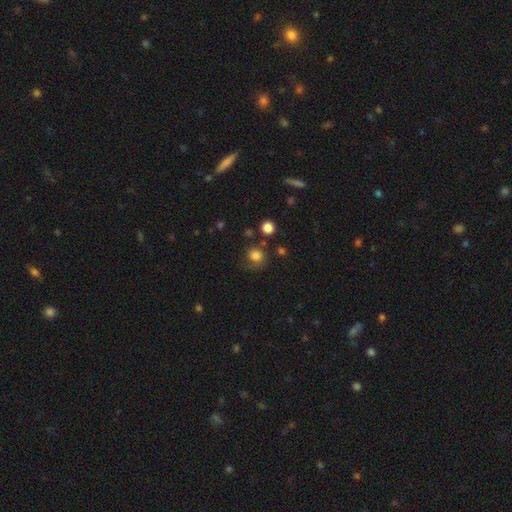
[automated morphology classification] Overall: smooth (80%). How rounded: round (80%). Merging: none (61%; minor disturbance 21%).